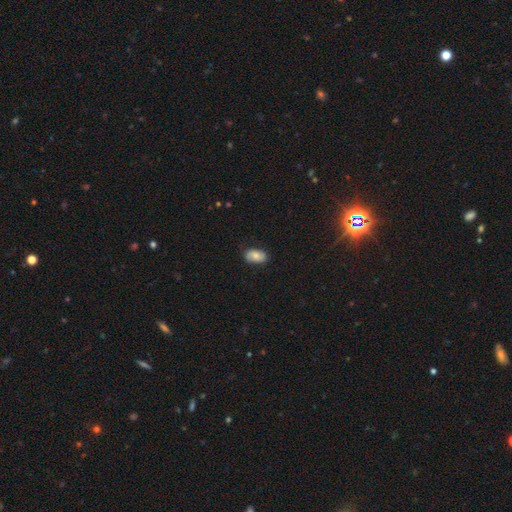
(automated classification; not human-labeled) smooth 70%, featured or disk 22%, star or artifact 8%. Down the decision tree: how rounded — in between (91%); merging — none (79%).